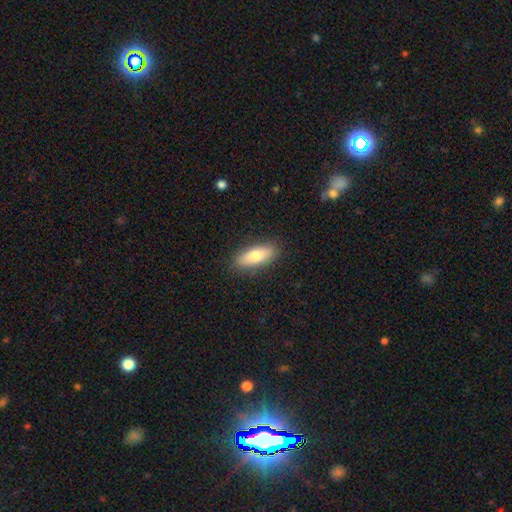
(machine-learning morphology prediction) This appears to be a smooth galaxy with no disk features (75%) that is in between round and cigar-shaped (66%). Merging: none (87%).